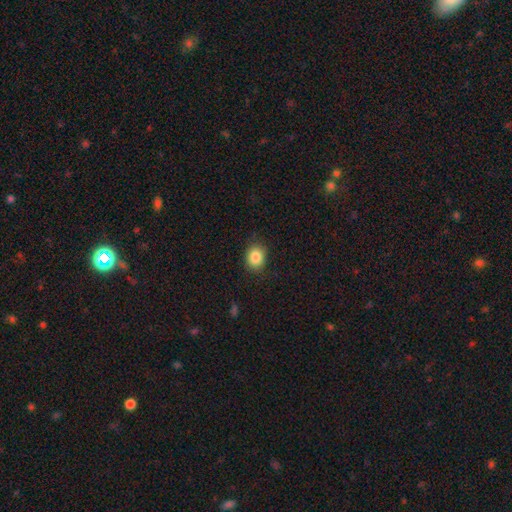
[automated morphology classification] A smooth galaxy with no disk features (86%) that is round (56%).

Vote fractions:
- Smooth or featured? smooth: 86% / star or artifact: 9% / featured or disk: 5%
- How rounded? round: 56% / in between: 43% / cigar-shaped: 1%
- Merging? none: 85% / minor disturbance: 11% / major disturbance: 3% / merger: 1%